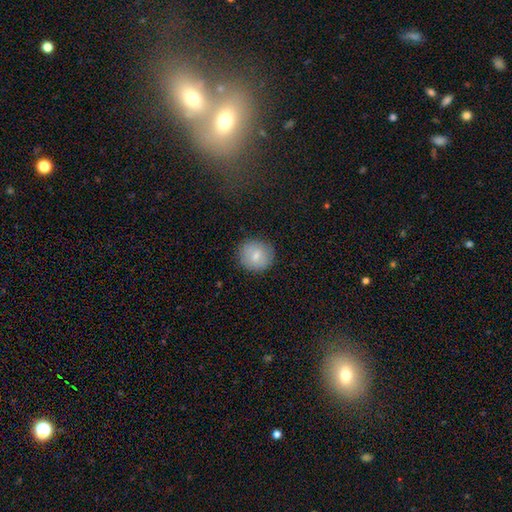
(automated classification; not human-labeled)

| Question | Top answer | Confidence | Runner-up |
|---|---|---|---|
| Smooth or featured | smooth | 77% | featured or disk (15%) |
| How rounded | round | 89% | in between (10%) |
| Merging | none | 87% | minor disturbance (9%) |